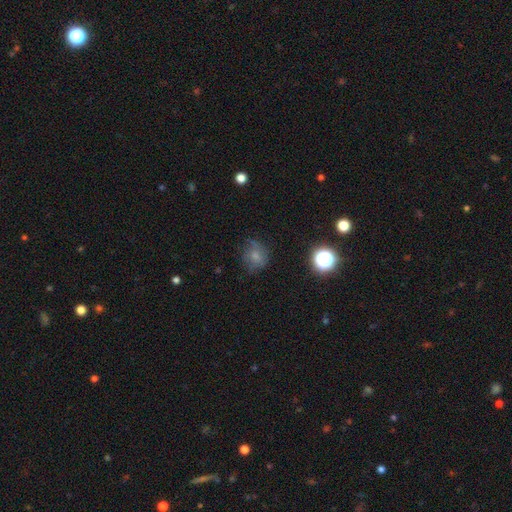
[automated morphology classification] The model was most divided on "merging": none: 60%, minor disturbance: 24%, major disturbance: 13%, merger: 2%. More confident: how rounded — round (72%); smooth or featured — smooth (61%).